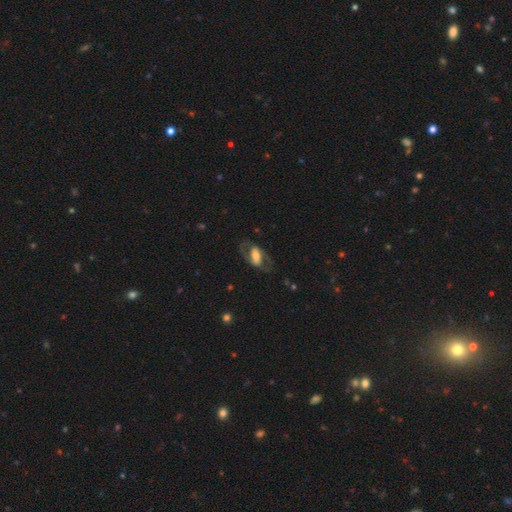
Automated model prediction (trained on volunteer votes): This appears to be a featured or disk galaxy (67%) with a weak bar (37%), spiral arms (77%) and a moderate central bulge (50%). Merging: none (67%).